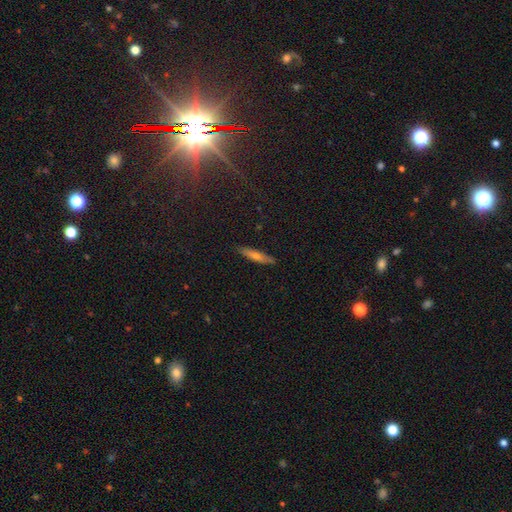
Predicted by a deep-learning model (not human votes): Smooth or featured? smooth (49%)
Merging? none (88%)